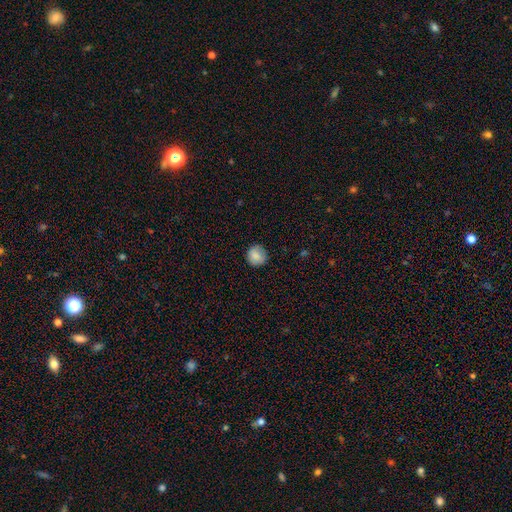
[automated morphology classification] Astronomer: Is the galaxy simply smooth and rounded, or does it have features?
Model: smooth — 85%.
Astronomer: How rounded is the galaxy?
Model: round — 91%.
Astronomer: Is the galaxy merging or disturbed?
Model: none — 84%.